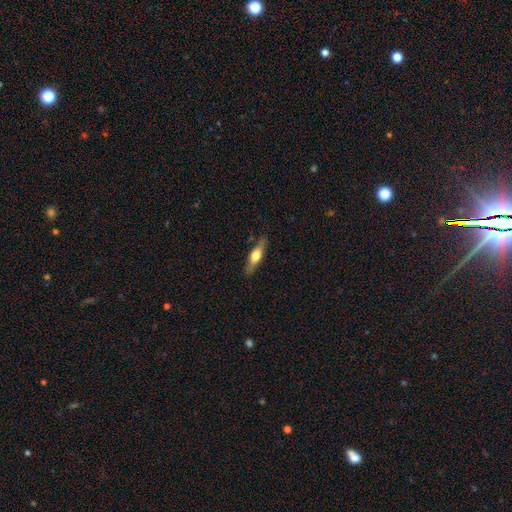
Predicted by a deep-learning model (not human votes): The model was most divided on "smooth or featured": featured or disk: 50%, smooth: 44%, star or artifact: 6%. More confident: merging — none (82%).